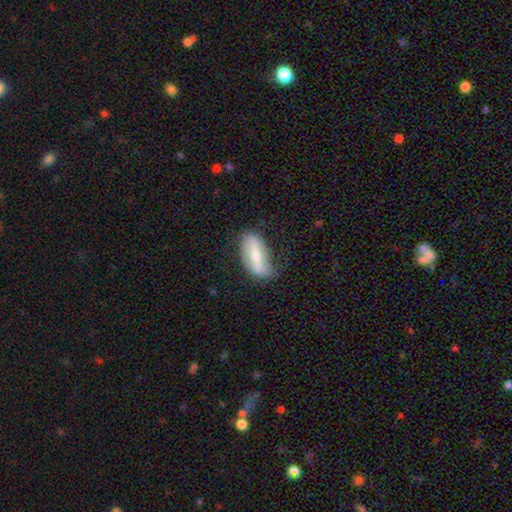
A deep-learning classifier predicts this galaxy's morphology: smooth_or_featured: featured or disk (p=0.56) [alt: smooth p=0.38]
disk_edge_on: no (p=0.79) [alt: yes p=0.21]
merging: none (p=0.65) [alt: minor disturbance p=0.25]